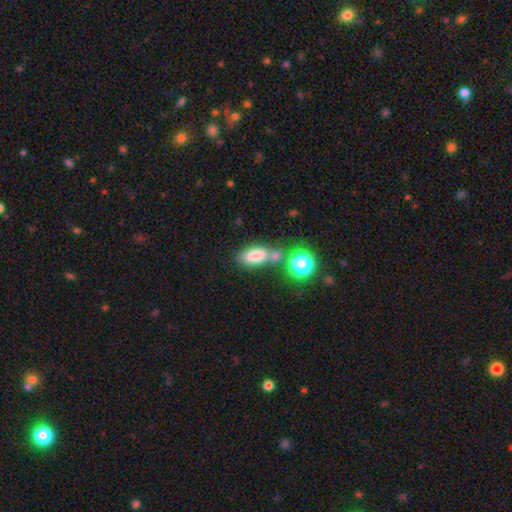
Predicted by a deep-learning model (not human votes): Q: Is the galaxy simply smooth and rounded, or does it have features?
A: smooth — 79%.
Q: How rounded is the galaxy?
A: in between — 84%.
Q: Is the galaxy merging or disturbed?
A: none — 50%.